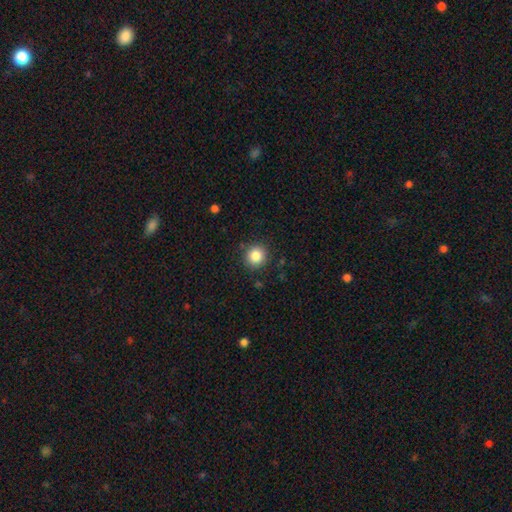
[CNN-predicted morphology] smooth-or-featured: smooth: 85% | star or artifact: 10% | featured or disk: 5%
  how-rounded: round: 91% | in between: 8% | cigar-shaped: 1%
  merging: none: 89% | minor disturbance: 7% | major disturbance: 2% | merger: 2%